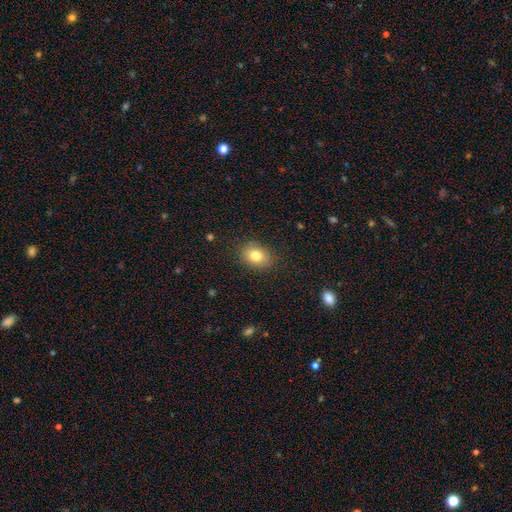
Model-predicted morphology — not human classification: Smooth or featured: smooth — 81% (star or artifact — 10%)
How rounded: in between — 67% (round — 32%)
Merging: none — 86% (minor disturbance — 10%)